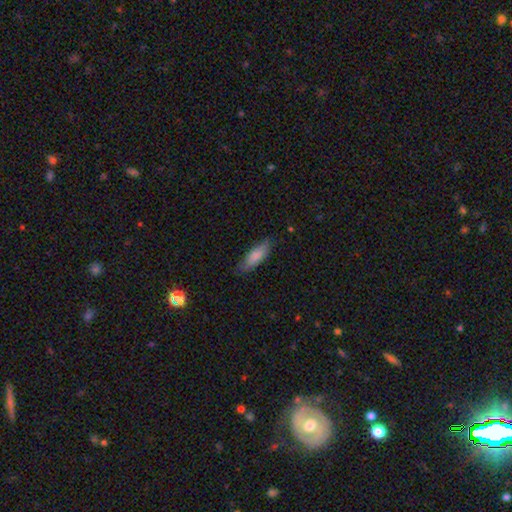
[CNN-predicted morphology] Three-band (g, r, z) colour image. It shows a smooth galaxy with no disk features (81%) that is in between round and cigar-shaped (62%). Merging: none (74%).